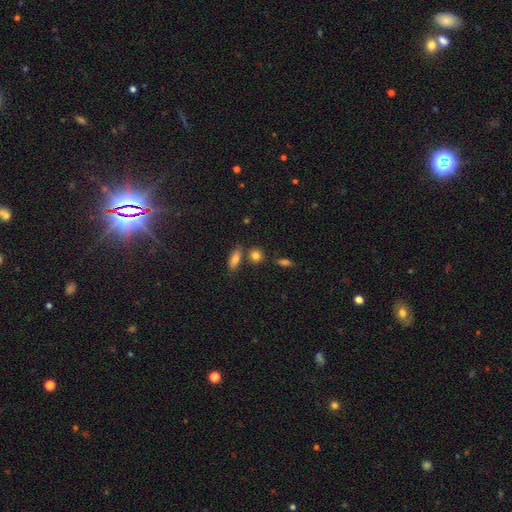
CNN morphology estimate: A smooth galaxy with no disk features (82%) that is round (61%). Merging: none (71%).